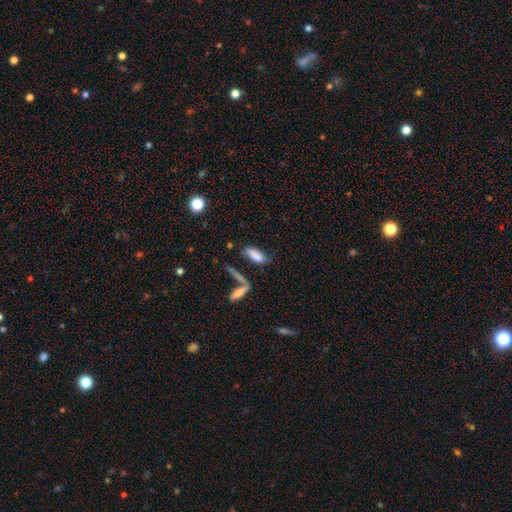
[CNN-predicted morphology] Overall: smooth (79%). How rounded: in between (67%; cigar-shaped 31%). Merging: none (44%; merger 28%).